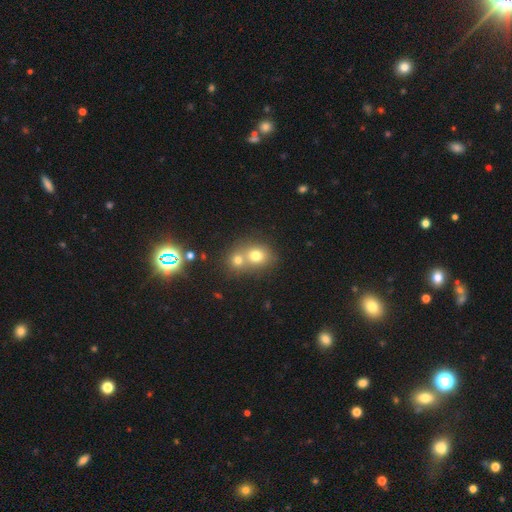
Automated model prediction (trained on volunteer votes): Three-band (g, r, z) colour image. It shows a smooth galaxy with no disk features (74%) that is round (72%). Merging: merger (57%).